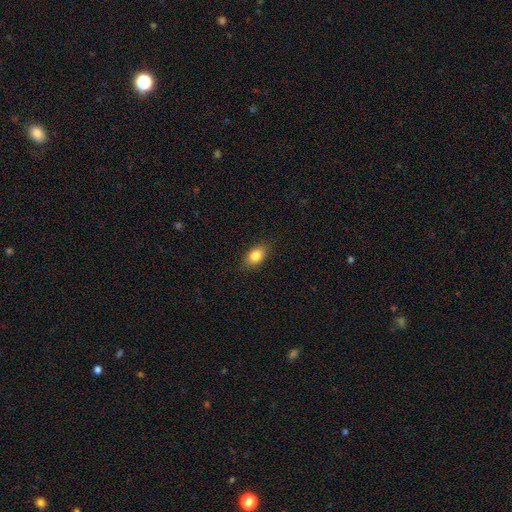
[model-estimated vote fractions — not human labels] The model was most divided on "how rounded": in between: 83%, round: 14%, cigar-shaped: 2%. More confident: merging — none (86%); smooth or featured — smooth (84%).